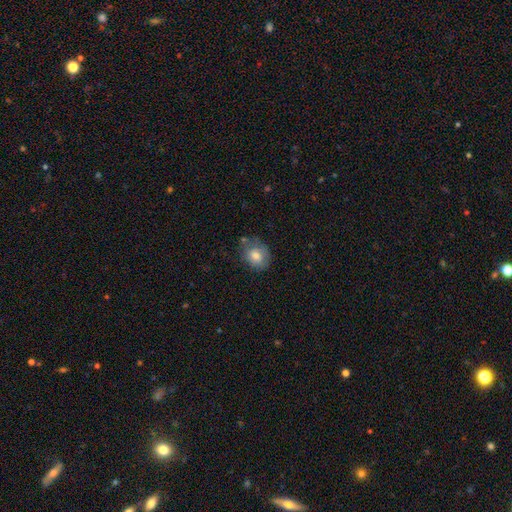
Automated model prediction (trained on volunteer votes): Smooth or featured?
  - smooth: 76% *
  - featured or disk: 15%
  - star or artifact: 8%
How rounded?
  - round: 50% *
  - in between: 49%
  - cigar-shaped: 1%
Merging?
  - none: 62% *
  - minor disturbance: 26%
  - major disturbance: 7%
  - merger: 5%